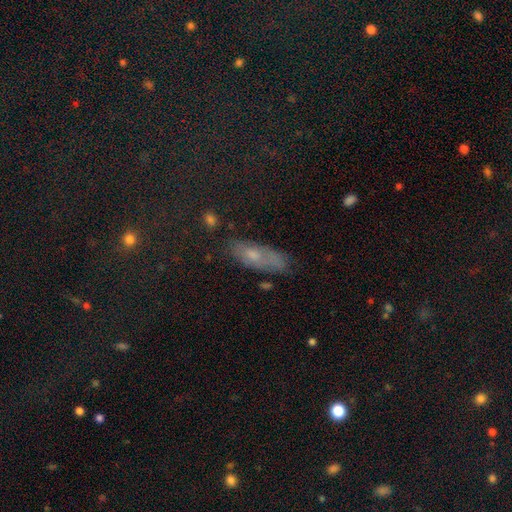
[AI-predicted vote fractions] smooth 49%, featured or disk 29%, star or artifact 21%. Down the decision tree: merging — none (64%).